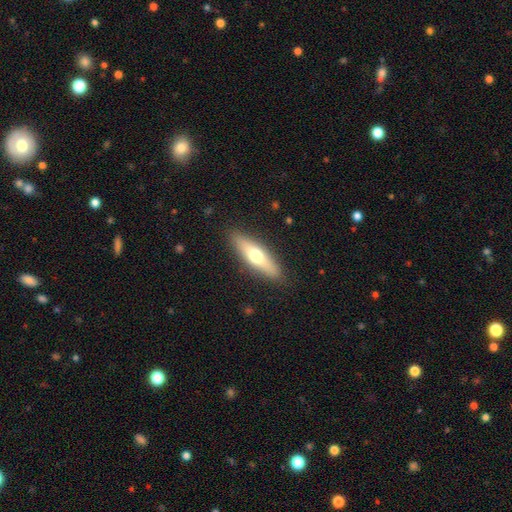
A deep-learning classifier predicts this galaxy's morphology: Overall: smooth (55%; featured or disk 39%). How rounded: cigar-shaped (62%; in between 36%). Merging: none (88%).